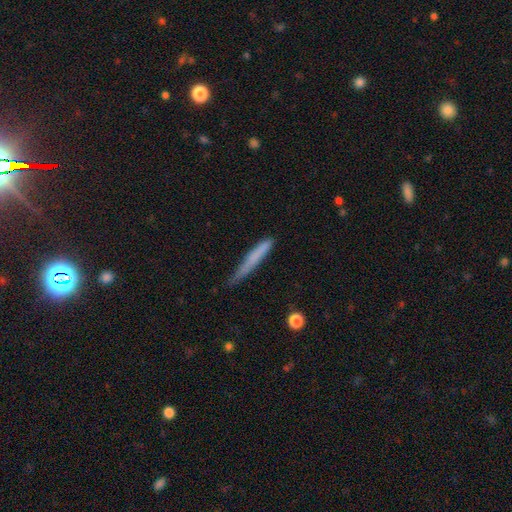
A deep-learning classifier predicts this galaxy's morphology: Smooth or featured? Predicted: smooth (p=0.69). How rounded? Predicted: cigar-shaped (p=0.95). Merging? Predicted: none (p=0.61).